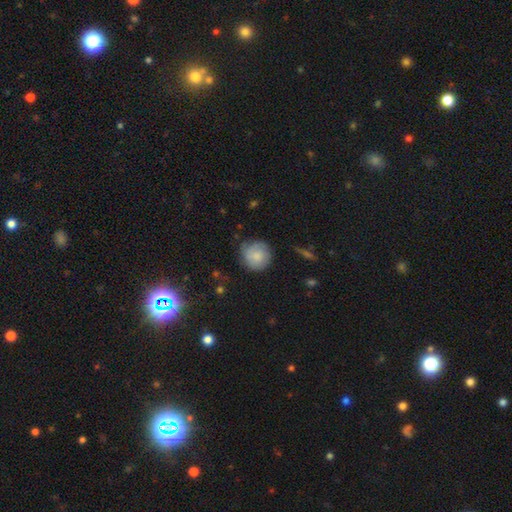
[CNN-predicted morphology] smooth_or_featured: smooth (p=0.72) [alt: featured or disk p=0.21]
how_rounded: round (p=0.91) [alt: in between p=0.08]
merging: none (p=0.72) [alt: minor disturbance p=0.20]